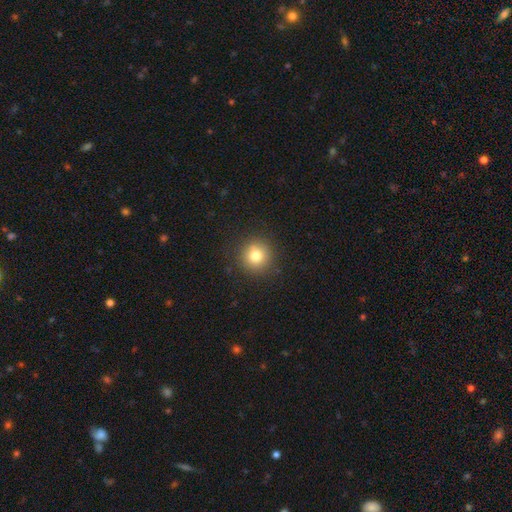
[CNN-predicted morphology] The model was most divided on "smooth or featured": smooth: 78%, star or artifact: 12%, featured or disk: 9%. More confident: how rounded — round (94%); merging — none (88%).